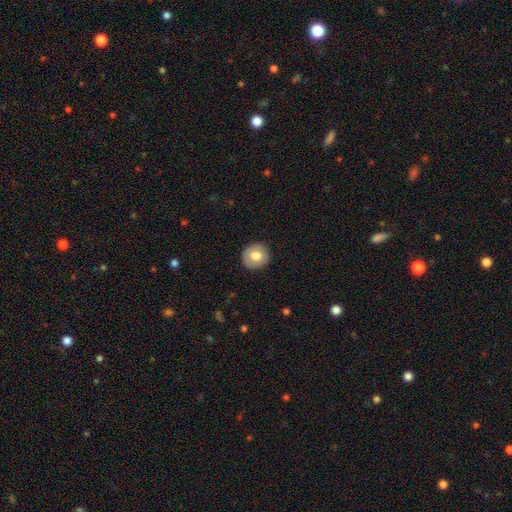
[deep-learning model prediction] Smooth or featured?
  - smooth: 75% *
  - featured or disk: 18%
  - star or artifact: 7%
How rounded?
  - round: 88% *
  - in between: 11%
  - cigar-shaped: 1%
Merging?
  - none: 88% *
  - minor disturbance: 9%
  - major disturbance: 2%
  - merger: 1%